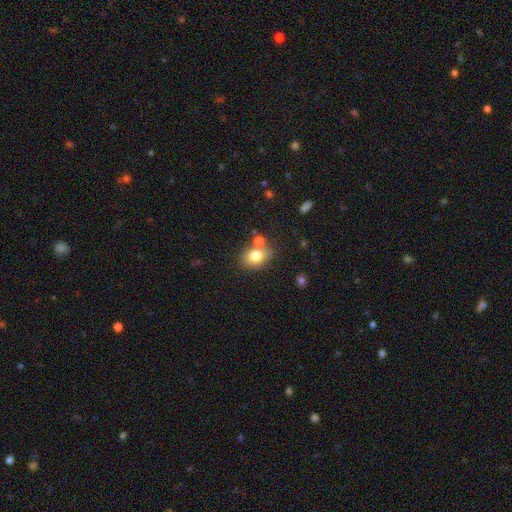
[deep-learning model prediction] Smooth or featured? smooth (77%)
How rounded? in between (63%)
Merging? none (66%)